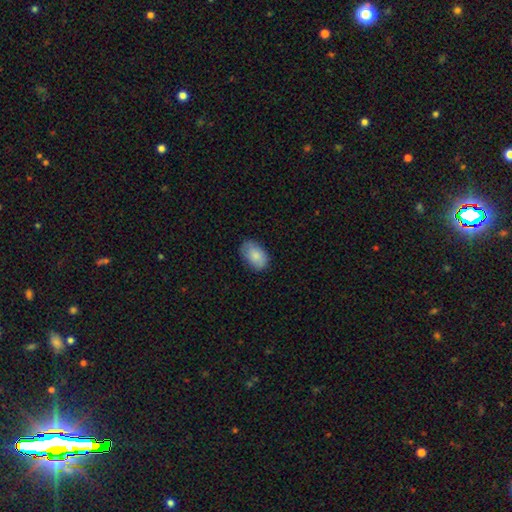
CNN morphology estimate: A smooth galaxy with no disk features (83%) that is in between round and cigar-shaped (90%).

Vote fractions:
- Smooth or featured? smooth: 83% / featured or disk: 11% / star or artifact: 6%
- How rounded? in between: 90% / round: 9% / cigar-shaped: 1%
- Merging? none: 77% / minor disturbance: 18% / major disturbance: 3% / merger: 1%